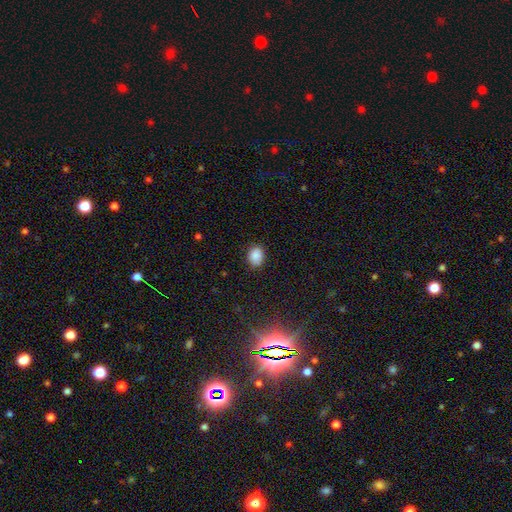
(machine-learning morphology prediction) Q: Smooth or featured?
A: smooth (87%); runner-up: star or artifact (9%)
Q: How rounded?
A: in between (57%); runner-up: round (42%)
Q: Merging?
A: none (85%); runner-up: minor disturbance (11%)